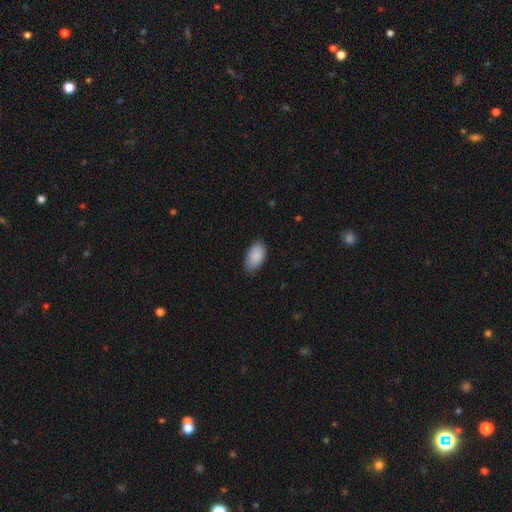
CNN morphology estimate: A smooth galaxy with no disk features (89%) that is in between round and cigar-shaped (95%).

Vote fractions:
- Smooth or featured? smooth: 89% / star or artifact: 6% / featured or disk: 4%
- How rounded? in between: 95% / round: 4% / cigar-shaped: 2%
- Merging? none: 79% / minor disturbance: 18% / major disturbance: 3% / merger: 1%